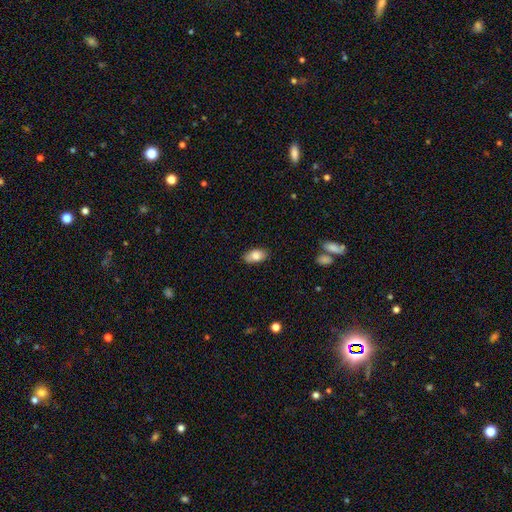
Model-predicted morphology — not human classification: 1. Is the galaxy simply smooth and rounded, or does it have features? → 83% smooth, 10% featured or disk, 7% star or artifact.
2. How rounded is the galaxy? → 92% in between, 5% round, 3% cigar-shaped.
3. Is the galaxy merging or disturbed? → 85% none, 12% minor disturbance, 2% major disturbance, 1% merger.